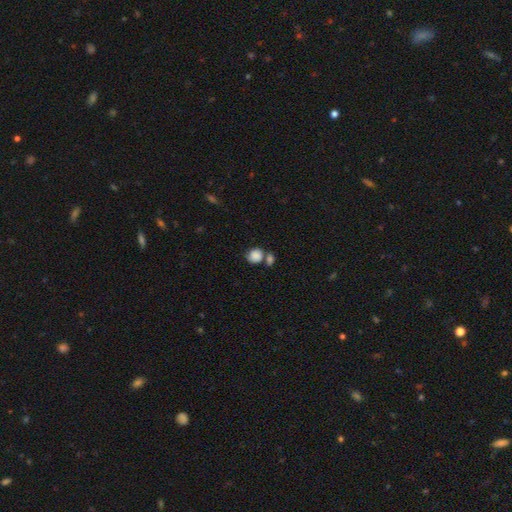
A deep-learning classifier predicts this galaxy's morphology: The model was most divided on "merging": none: 45%, merger: 37%, minor disturbance: 12%, major disturbance: 5%. More confident: smooth or featured — smooth (86%); how rounded — round (72%).